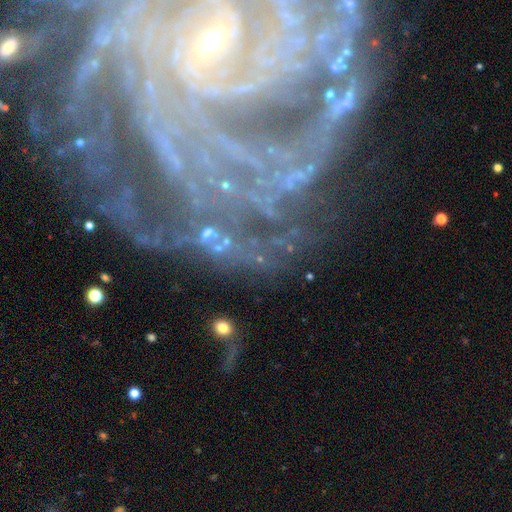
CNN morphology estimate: smooth_or_featured: featured or disk (p=0.66) [alt: star or artifact p=0.22]
disk_edge_on: no (p=0.93) [alt: yes p=0.07]
bar: no (p=0.41) [alt: strong p=0.30]
has_spiral_arms: yes (p=0.87) [alt: no p=0.13]
spiral_winding: tight (p=0.65) [alt: medium p=0.25]
spiral_arm_count: can't tell (p=0.29) [alt: 2 p=0.17]
bulge_size: small (p=0.63) [alt: moderate p=0.18]
merging: none (p=0.65) [alt: minor disturbance p=0.17]